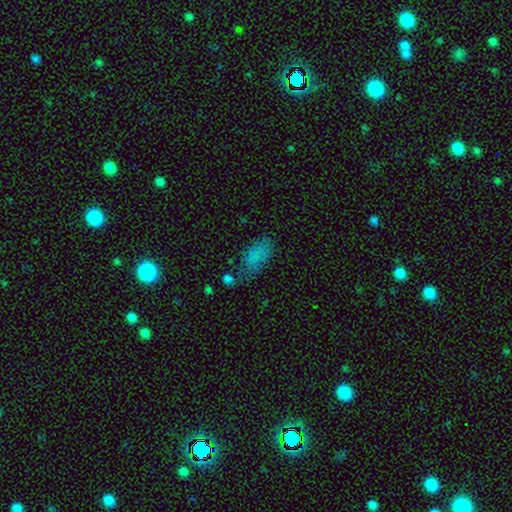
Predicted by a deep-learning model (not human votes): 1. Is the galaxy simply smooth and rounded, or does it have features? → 77% smooth, 14% star or artifact, 8% featured or disk.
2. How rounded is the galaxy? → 87% in between, 9% cigar-shaped, 4% round.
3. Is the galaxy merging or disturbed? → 50% none, 29% minor disturbance, 12% major disturbance, 8% merger.